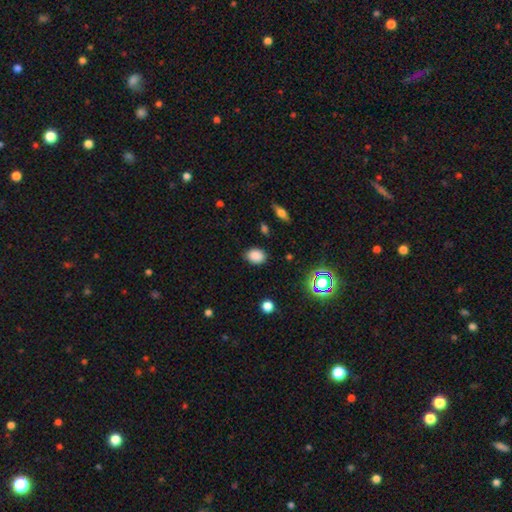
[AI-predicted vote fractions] Smooth or featured: smooth — 84% (star or artifact — 12%)
How rounded: in between — 68% (round — 31%)
Merging: none — 84% (minor disturbance — 12%)